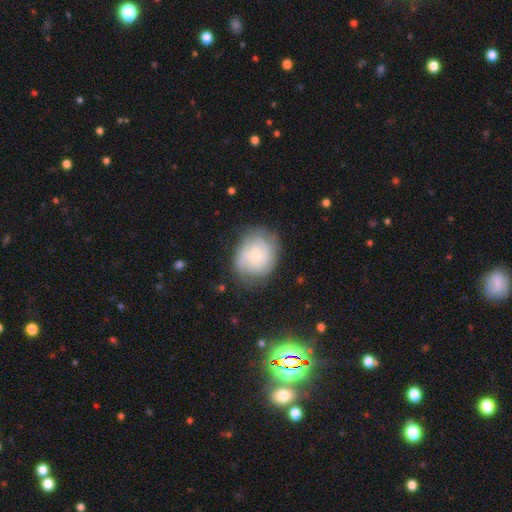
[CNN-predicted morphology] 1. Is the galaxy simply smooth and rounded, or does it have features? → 58% featured or disk, 34% smooth, 8% star or artifact.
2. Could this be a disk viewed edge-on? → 98% no, 2% yes.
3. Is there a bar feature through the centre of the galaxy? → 72% no, 24% weak, 3% strong.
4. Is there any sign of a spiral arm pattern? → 86% yes, 14% no.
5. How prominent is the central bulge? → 64% small, 30% moderate, 3% none, 3% large, 1% dominant.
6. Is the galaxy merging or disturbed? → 71% none, 20% minor disturbance, 8% major disturbance, 1% merger.